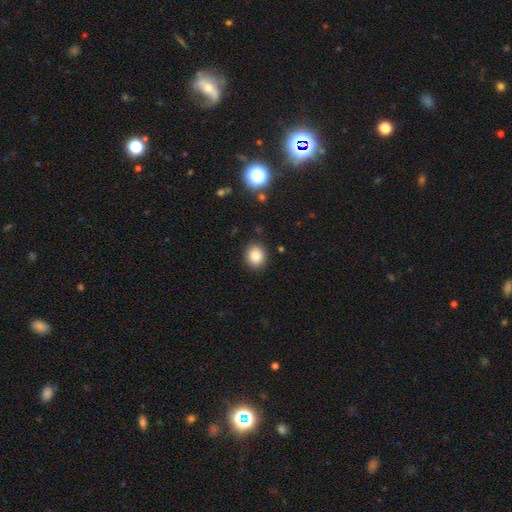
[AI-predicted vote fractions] Smooth or featured: smooth — 84% (star or artifact — 10%)
How rounded: round — 68% (in between — 31%)
Merging: none — 87% (minor disturbance — 9%)